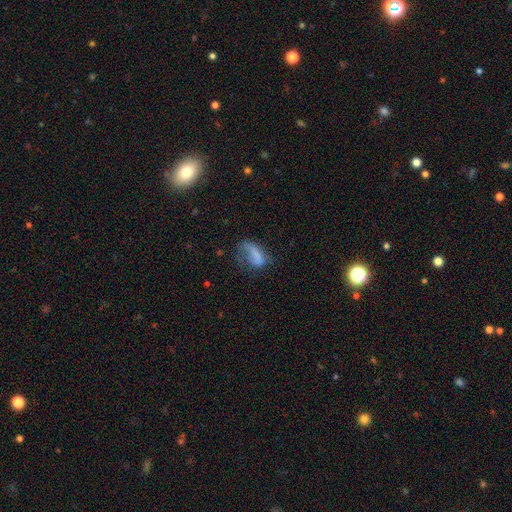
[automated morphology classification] A smooth galaxy with no disk features (59%) that is in between round and cigar-shaped (82%). Merging: major disturbance (48%).